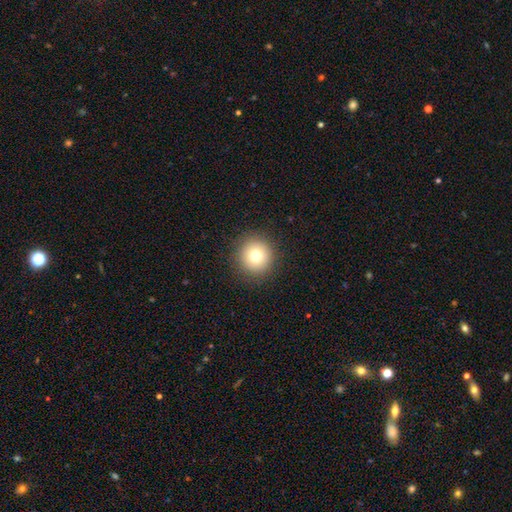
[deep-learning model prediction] smooth_or_featured: smooth (p=0.77) [alt: star or artifact p=0.12]
how_rounded: round (p=0.94) [alt: in between p=0.05]
merging: none (p=0.91) [alt: minor disturbance p=0.06]